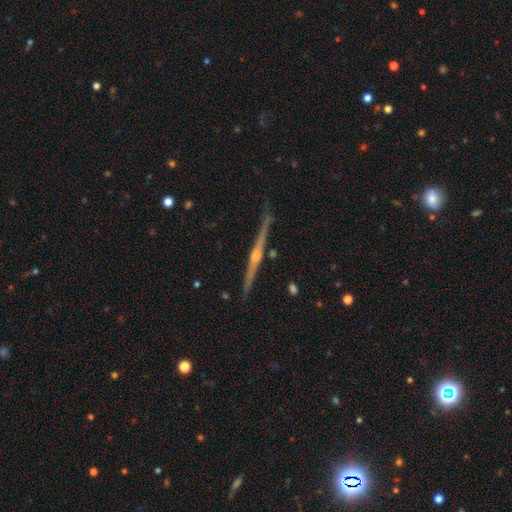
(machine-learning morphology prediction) Q: Smooth or featured?
A: featured or disk (86%); runner-up: smooth (9%)
Q: Edge-on disk?
A: yes (99%); runner-up: no (1%)
Q: Edge-on bulge?
A: rounded (86%); runner-up: none (10%)
Q: Merging?
A: none (89%); runner-up: minor disturbance (8%)